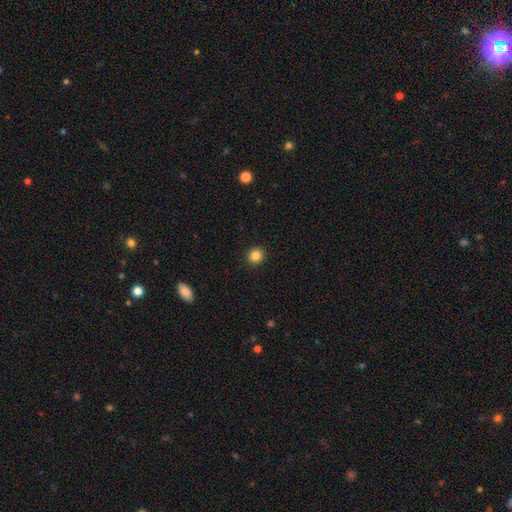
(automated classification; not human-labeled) smooth 85%, star or artifact 11%, featured or disk 4%. Down the decision tree: how rounded — round (87%); merging — none (92%).